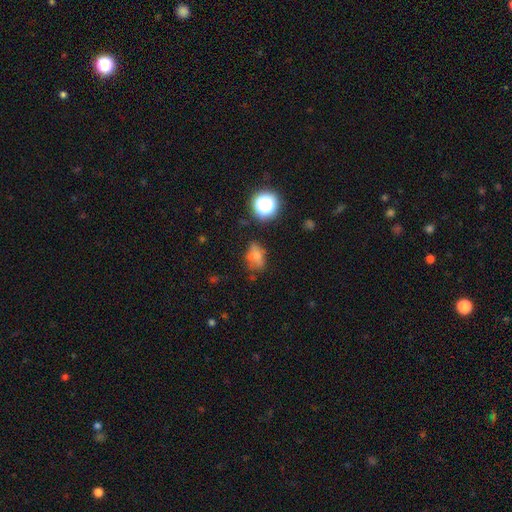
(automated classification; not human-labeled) The model was most divided on "merging": none: 56%, minor disturbance: 25%, major disturbance: 12%, merger: 6%. More confident: how rounded — in between (71%); smooth or featured — smooth (60%).